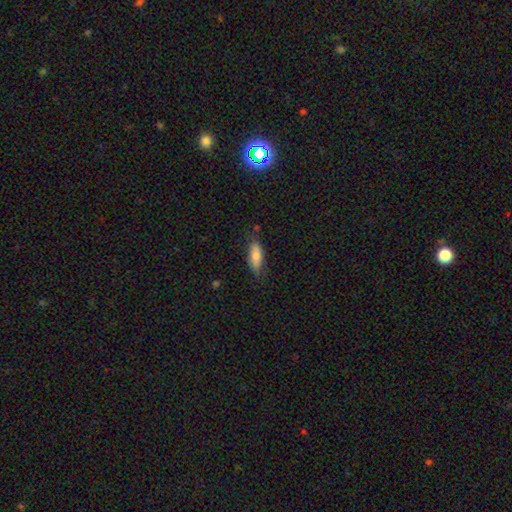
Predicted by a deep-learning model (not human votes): A smooth galaxy with no disk features (75%) that is in between round and cigar-shaped (61%). Merging: none (75%).